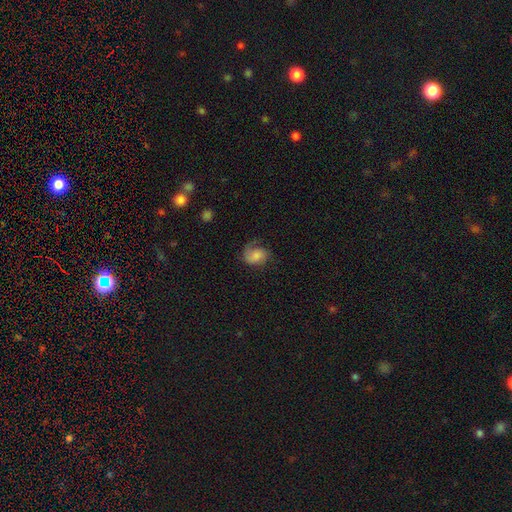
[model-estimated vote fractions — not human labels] Morphology: type=smooth (56%); roundness=in between (56%); merging=none (49%).